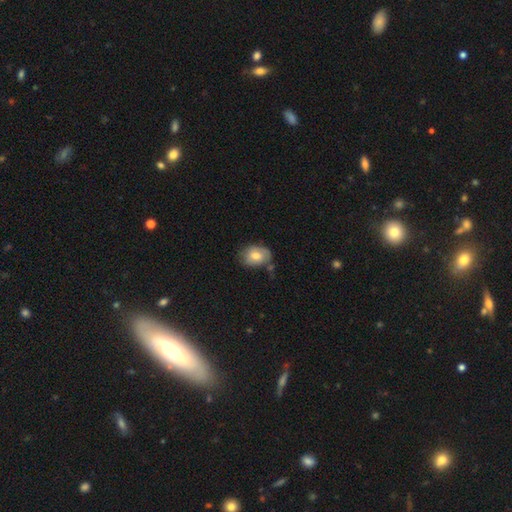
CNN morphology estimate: Q: Smooth or featured?
A: smooth (74%); runner-up: featured or disk (18%)
Q: How rounded?
A: in between (71%); runner-up: round (28%)
Q: Merging?
A: none (59%); runner-up: minor disturbance (27%)